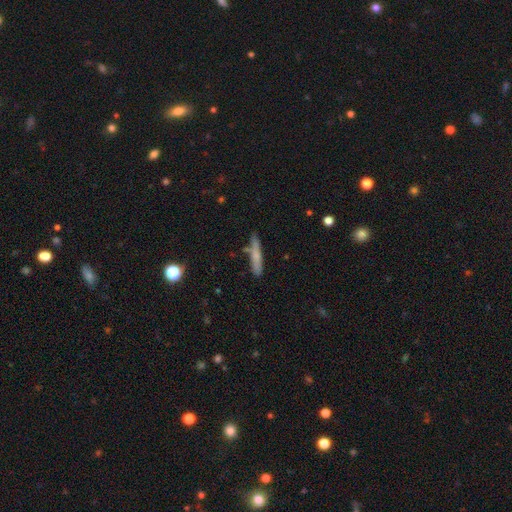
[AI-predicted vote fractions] A smooth galaxy with no disk features (68%) that is cigar-shaped (92%).

Vote fractions:
- Smooth or featured? smooth: 68% / featured or disk: 25% / star or artifact: 7%
- How rounded? cigar-shaped: 92% / in between: 7% / round: 2%
- Merging? none: 74% / minor disturbance: 17% / merger: 6% / major disturbance: 3%